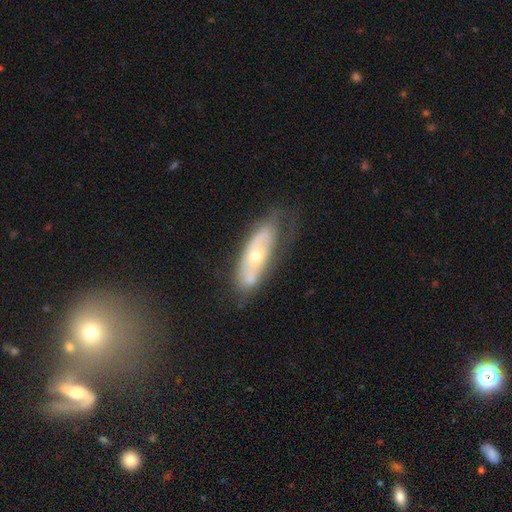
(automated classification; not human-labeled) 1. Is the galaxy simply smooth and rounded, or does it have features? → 60% featured or disk, 33% smooth, 7% star or artifact.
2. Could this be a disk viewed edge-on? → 76% no, 24% yes.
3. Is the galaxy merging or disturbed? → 57% none, 25% minor disturbance, 13% major disturbance, 5% merger.